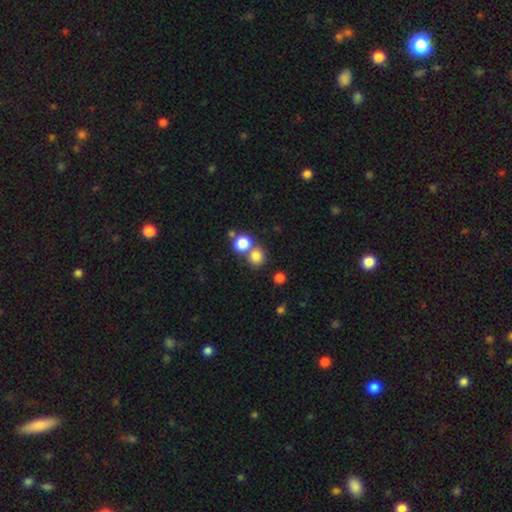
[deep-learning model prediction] smooth 80%, star or artifact 13%, featured or disk 8%. Down the decision tree: how rounded — round (84%); merging — none (54%).